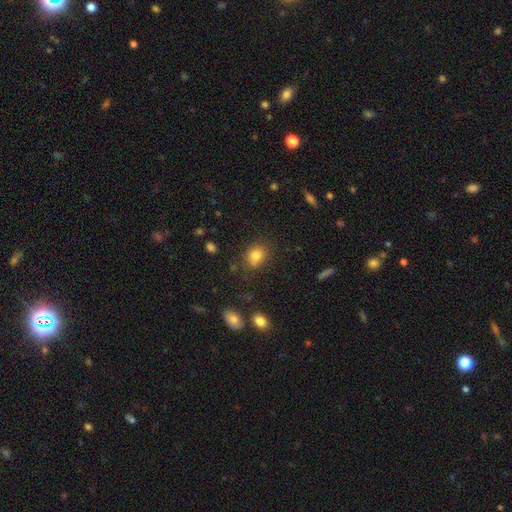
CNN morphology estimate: Smooth or featured? smooth (80%)
How rounded? round (58%)
Merging? none (69%)